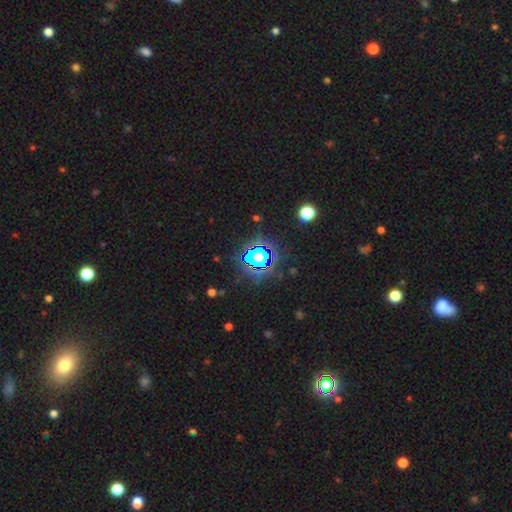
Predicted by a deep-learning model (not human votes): Smooth or featured? star or artifact (76%)